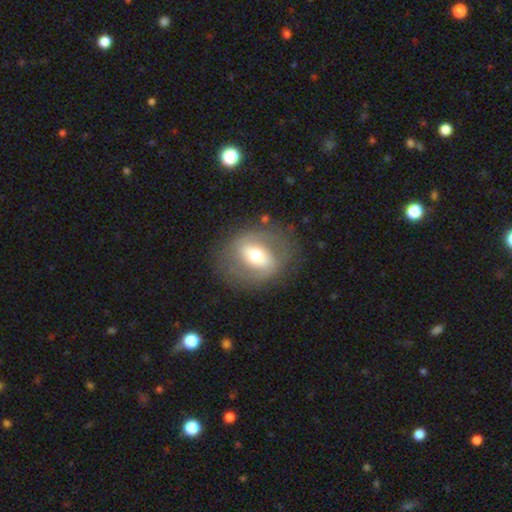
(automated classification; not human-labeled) A featured or disk galaxy (55%) with a strong bar (38%), no spiral arms (65%) and a moderate central bulge (66%).

Vote fractions:
- Smooth or featured? featured or disk: 55% / smooth: 37% / star or artifact: 8%
- Edge-on disk? no: 92% / yes: 8%
- Bar? strong: 38% / weak: 34% / no: 27%
- Spiral arms? no: 65% / yes: 35%
- Bulge size? moderate: 66% / large: 19% / small: 11% / dominant: 2% / none: 1%
- Merging? none: 75% / minor disturbance: 14% / major disturbance: 9% / merger: 2%